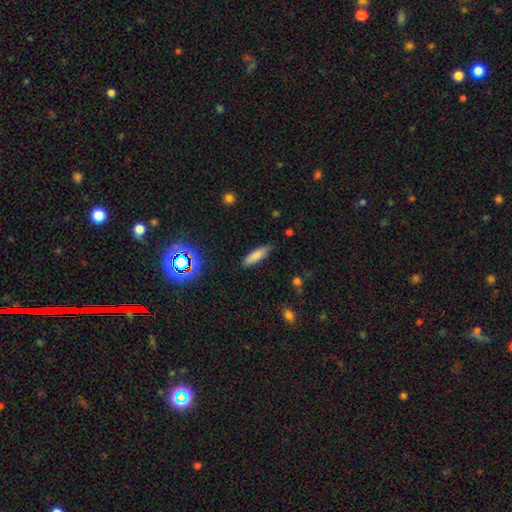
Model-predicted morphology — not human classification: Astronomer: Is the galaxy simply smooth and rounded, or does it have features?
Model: smooth — 79%.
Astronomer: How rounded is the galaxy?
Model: cigar-shaped — 56% (runner-up: in between, 42%).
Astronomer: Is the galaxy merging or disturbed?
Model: none — 81%.